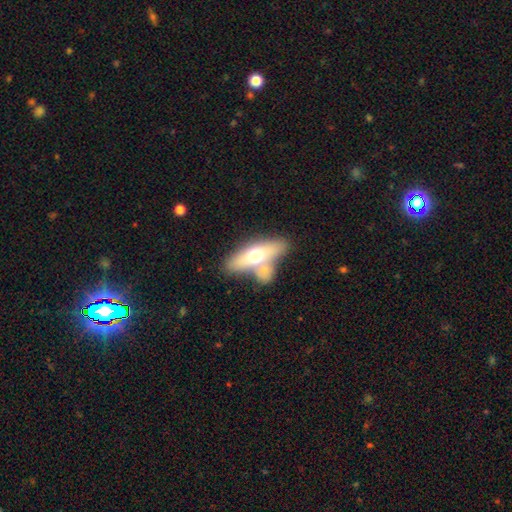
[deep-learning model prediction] Smooth or featured: smooth — 54% (featured or disk — 40%)
How rounded: in between — 58% (cigar-shaped — 37%)
Merging: none — 41% (merger — 40%)